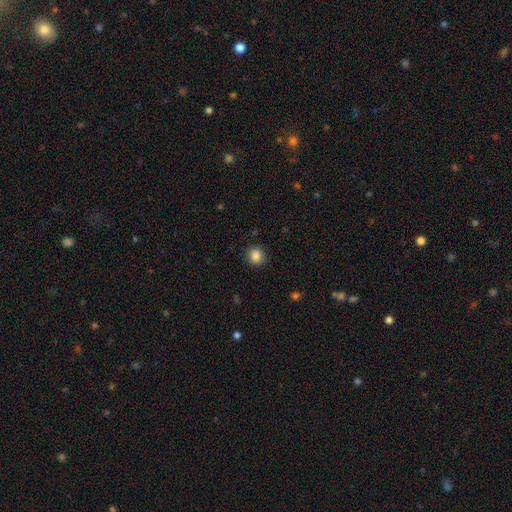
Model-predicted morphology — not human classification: A smooth galaxy with no disk features (86%) that is round (79%).

Vote fractions:
- Smooth or featured? smooth: 86% / star or artifact: 10% / featured or disk: 4%
- How rounded? round: 79% / in between: 20% / cigar-shaped: 1%
- Merging? none: 87% / minor disturbance: 10% / major disturbance: 3% / merger: 1%